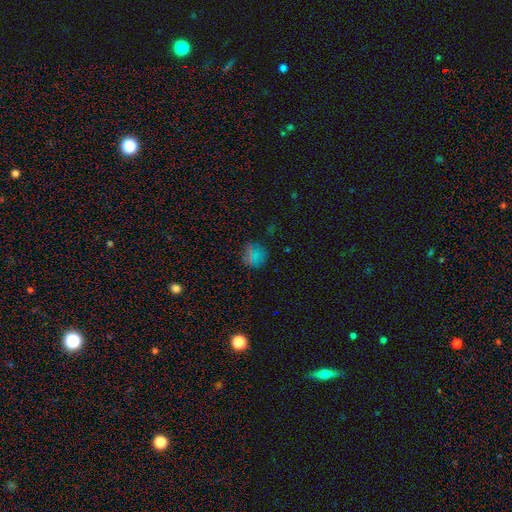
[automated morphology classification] This is likely a smooth galaxy (66%). How rounded: clearly round (90%). Merging: clearly none (87%).